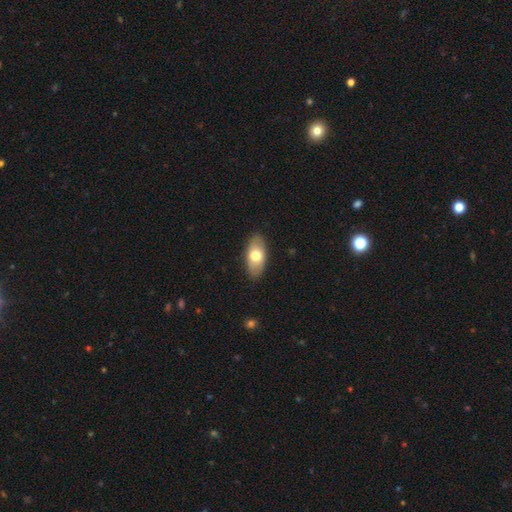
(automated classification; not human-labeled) This appears to be a smooth galaxy with no disk features (68%) that is in between round and cigar-shaped (92%). Merging: none (87%).